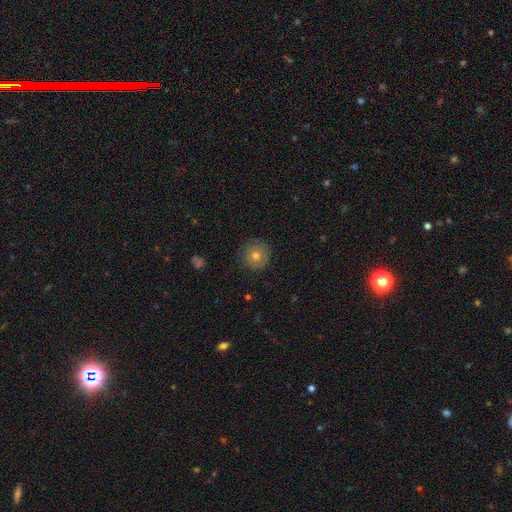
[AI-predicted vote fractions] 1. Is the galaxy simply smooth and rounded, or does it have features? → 69% smooth, 19% featured or disk, 12% star or artifact.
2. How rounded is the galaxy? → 95% round, 4% in between, 1% cigar-shaped.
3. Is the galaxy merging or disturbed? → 86% none, 10% minor disturbance, 3% major disturbance, 1% merger.